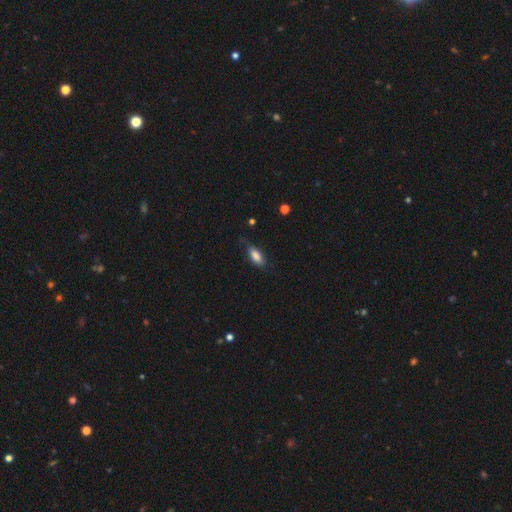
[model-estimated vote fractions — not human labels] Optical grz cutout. It shows a smooth galaxy with no disk features (82%) that is in between round and cigar-shaped (81%). Merging: none (70%).